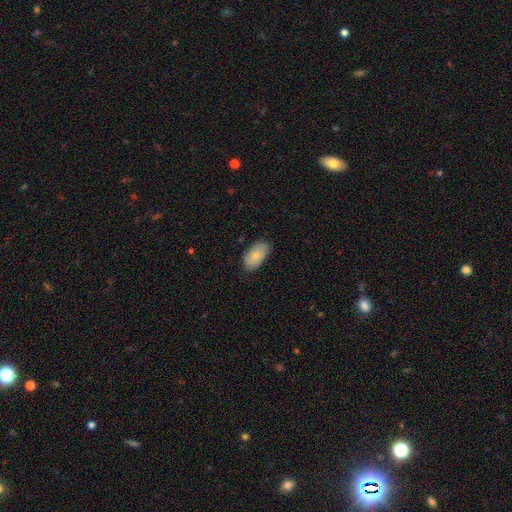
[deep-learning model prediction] Smooth or featured?
  - smooth: 80% *
  - featured or disk: 13%
  - star or artifact: 6%
How rounded?
  - in between: 95% *
  - round: 4%
  - cigar-shaped: 2%
Merging?
  - none: 81% *
  - minor disturbance: 16%
  - major disturbance: 3%
  - merger: 1%